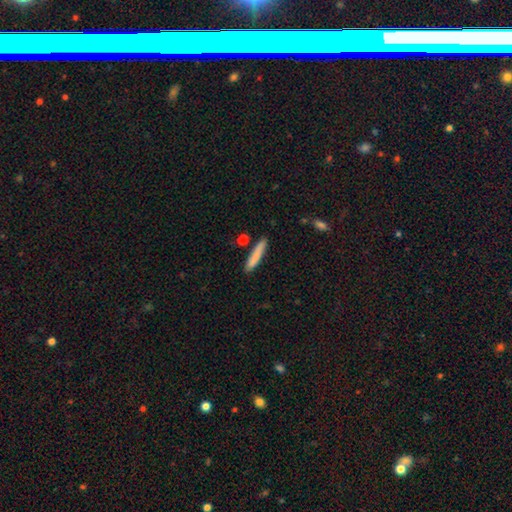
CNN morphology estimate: Overall: smooth (82%). How rounded: cigar-shaped (93%). Merging: none (86%).